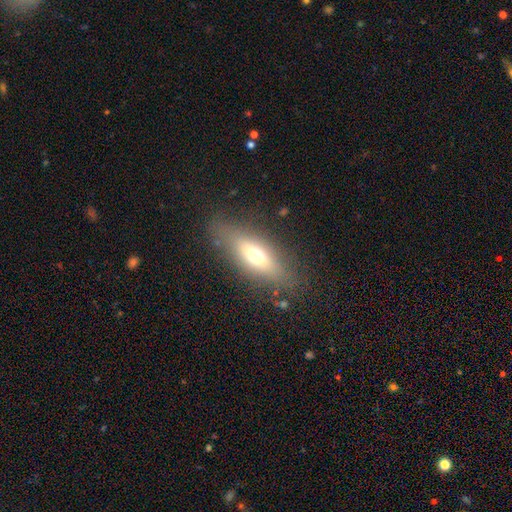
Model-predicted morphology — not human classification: Smooth or featured? smooth (57%)
How rounded? in between (57%)
Merging? none (80%)